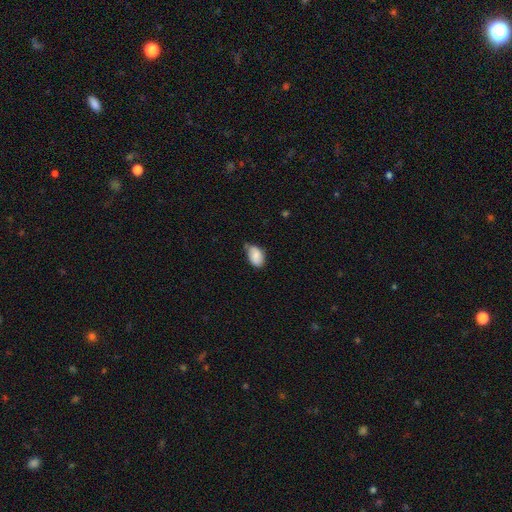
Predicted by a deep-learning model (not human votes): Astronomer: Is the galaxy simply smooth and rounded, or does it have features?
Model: smooth — 80%.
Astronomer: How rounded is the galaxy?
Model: in between — 90%.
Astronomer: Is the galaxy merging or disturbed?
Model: none — 51% (runner-up: minor disturbance, 39%).